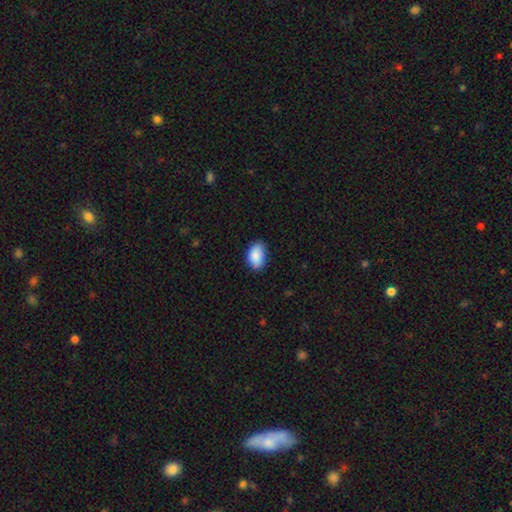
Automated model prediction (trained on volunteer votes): Smooth or featured? smooth (87%)
How rounded? in between (86%)
Merging? none (74%)